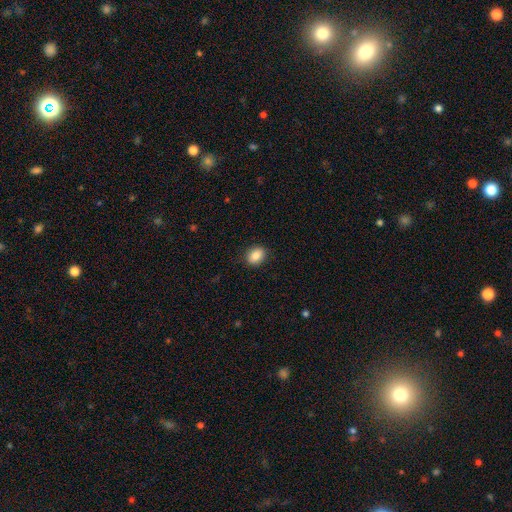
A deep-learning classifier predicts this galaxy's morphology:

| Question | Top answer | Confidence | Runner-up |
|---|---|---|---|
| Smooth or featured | smooth | 86% | star or artifact (8%) |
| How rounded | in between | 57% | round (42%) |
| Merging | none | 88% | minor disturbance (8%) |